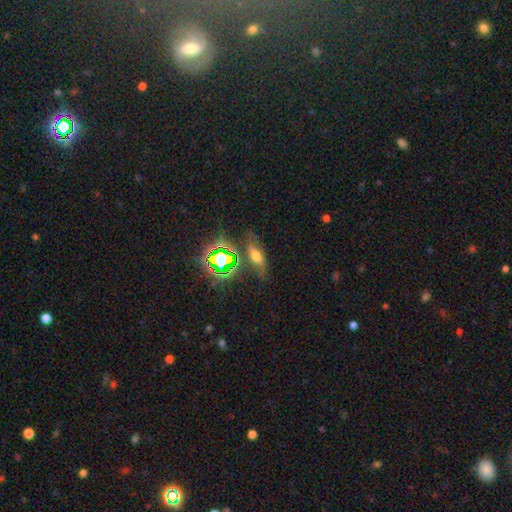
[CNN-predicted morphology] Smooth or featured?
  - smooth: 48% *
  - star or artifact: 27%
  - featured or disk: 26%
Merging?
  - none: 72% *
  - minor disturbance: 17%
  - major disturbance: 7%
  - merger: 4%